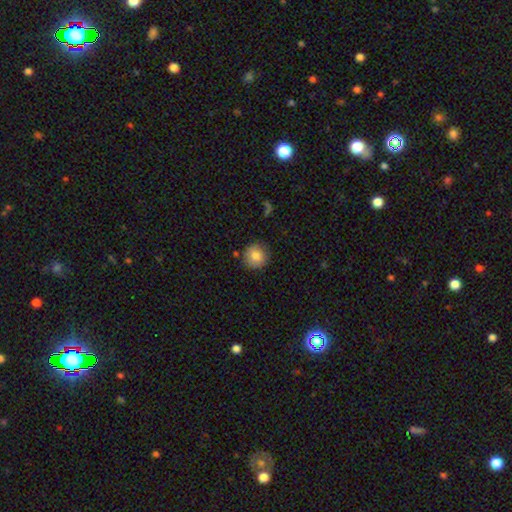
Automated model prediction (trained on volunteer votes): Smooth or featured: smooth — 82% (star or artifact — 9%)
How rounded: round — 94% (in between — 5%)
Merging: none — 87% (minor disturbance — 9%)